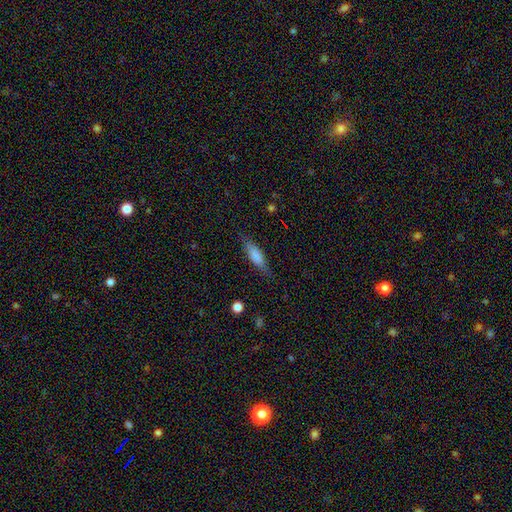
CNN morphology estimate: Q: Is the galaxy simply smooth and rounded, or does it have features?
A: smooth — 72%.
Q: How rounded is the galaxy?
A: cigar-shaped — 53%.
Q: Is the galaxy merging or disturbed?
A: none — 79%.